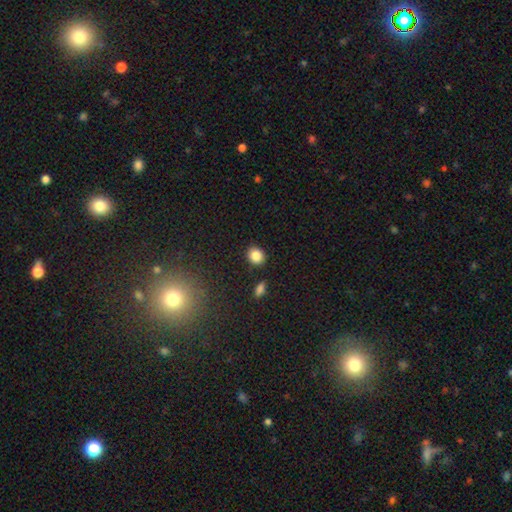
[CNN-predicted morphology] Smooth or featured? Predicted: smooth (p=0.85). How rounded? Predicted: round (p=0.62). Merging? Predicted: none (p=0.87).